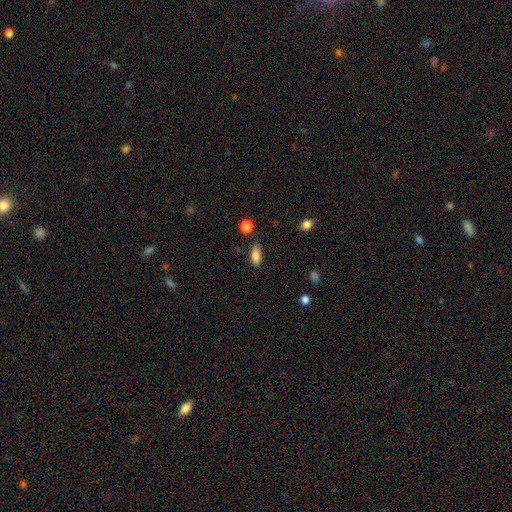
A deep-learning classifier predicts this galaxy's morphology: Smooth or featured? Predicted: smooth (p=0.81). How rounded? Predicted: in between (p=0.69). Merging? Predicted: none (p=0.79).